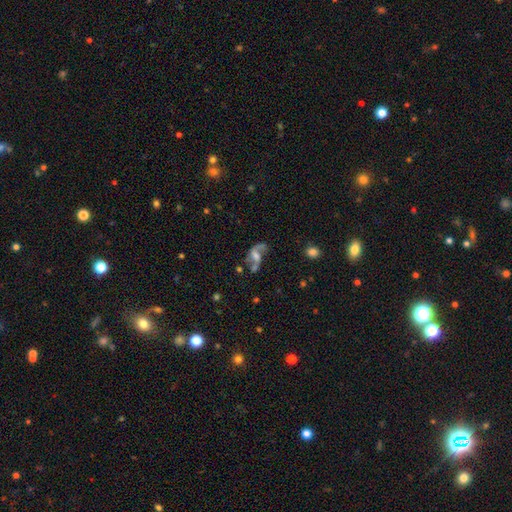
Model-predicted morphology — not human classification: This appears to be a featured or disk galaxy (70%) with no bar (49%), 2 (80%) loose (77%) spiral arms (81%) and a moderate central bulge (39%). Merging: none (42%).